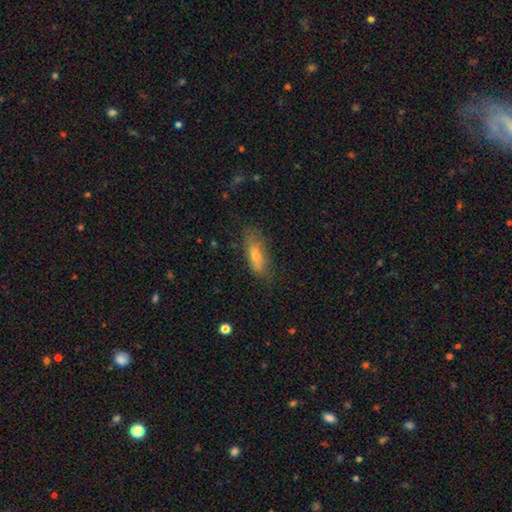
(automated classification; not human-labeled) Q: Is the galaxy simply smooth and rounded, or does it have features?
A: smooth — 62%.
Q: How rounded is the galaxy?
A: in between — 56%.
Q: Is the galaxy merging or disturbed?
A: none — 67%.